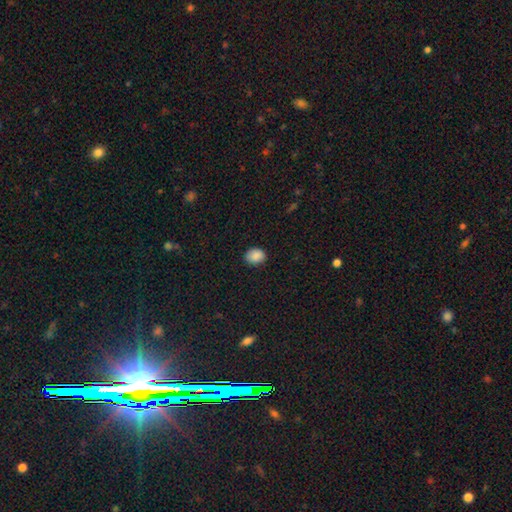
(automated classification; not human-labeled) Smooth or featured? Predicted: smooth (p=0.88). How rounded? Predicted: in between (p=0.58). Merging? Predicted: none (p=0.85).